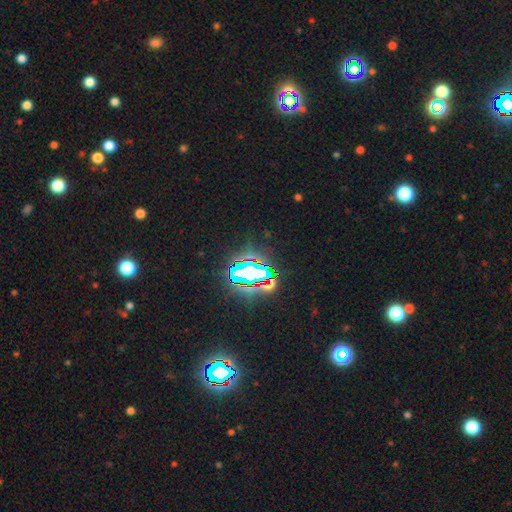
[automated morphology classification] type=star or artifact (78%).